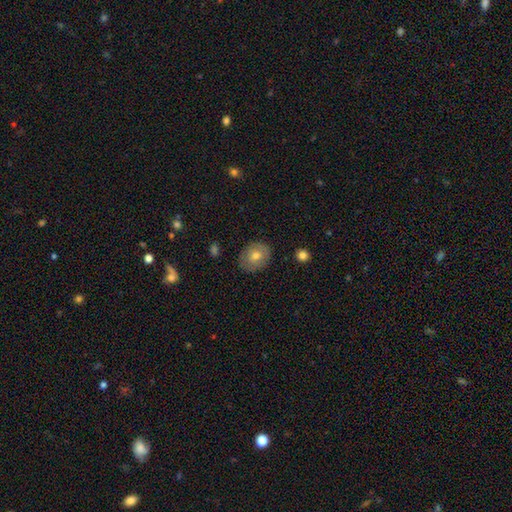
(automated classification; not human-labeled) Smooth or featured?
  - smooth: 67% *
  - featured or disk: 24%
  - star or artifact: 9%
How rounded?
  - round: 53% *
  - in between: 46%
  - cigar-shaped: 1%
Merging?
  - none: 83% *
  - minor disturbance: 13%
  - major disturbance: 3%
  - merger: 1%